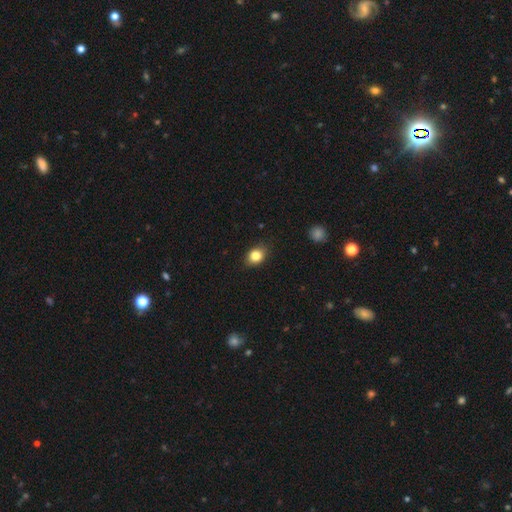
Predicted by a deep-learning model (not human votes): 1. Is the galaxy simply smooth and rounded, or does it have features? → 83% smooth, 10% star or artifact, 7% featured or disk.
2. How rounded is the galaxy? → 55% in between, 44% round, 1% cigar-shaped.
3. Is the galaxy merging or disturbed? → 82% none, 14% minor disturbance, 3% major disturbance, 1% merger.